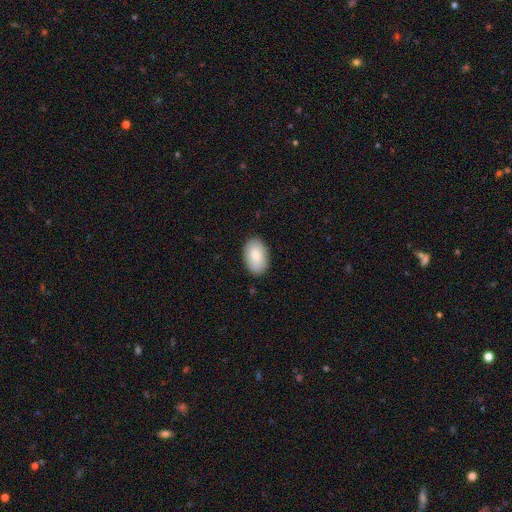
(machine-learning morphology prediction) Smooth or featured? Predicted: smooth (p=0.82). How rounded? Predicted: in between (p=0.91). Merging? Predicted: none (p=0.87).